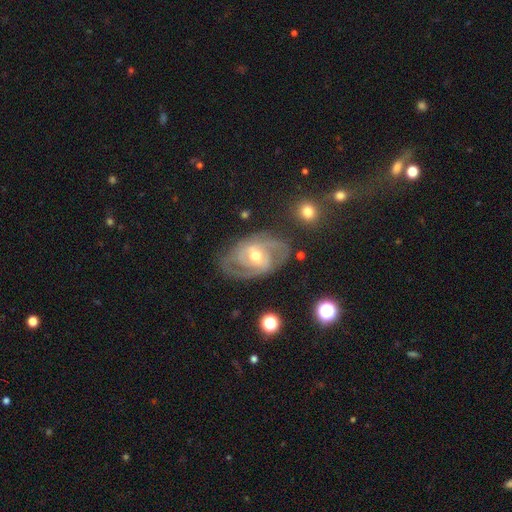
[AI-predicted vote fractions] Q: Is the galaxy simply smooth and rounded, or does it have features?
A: featured or disk — 85%.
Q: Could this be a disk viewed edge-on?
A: no — 96%.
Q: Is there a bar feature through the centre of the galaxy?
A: weak — 44%.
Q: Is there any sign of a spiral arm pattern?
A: yes — 89%.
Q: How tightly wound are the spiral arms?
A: tight — 46%.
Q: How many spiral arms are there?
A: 2 — 59%.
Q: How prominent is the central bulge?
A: moderate — 70%.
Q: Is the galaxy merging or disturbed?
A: none — 68%.